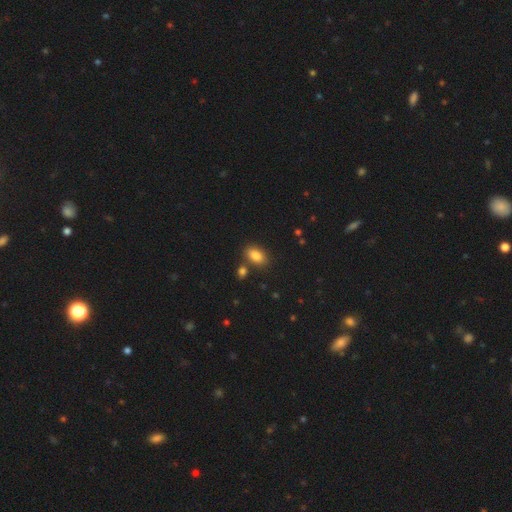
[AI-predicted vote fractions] This is clearly a smooth galaxy (86%). How rounded: clearly in between (90%). Merging: likely none (76%).